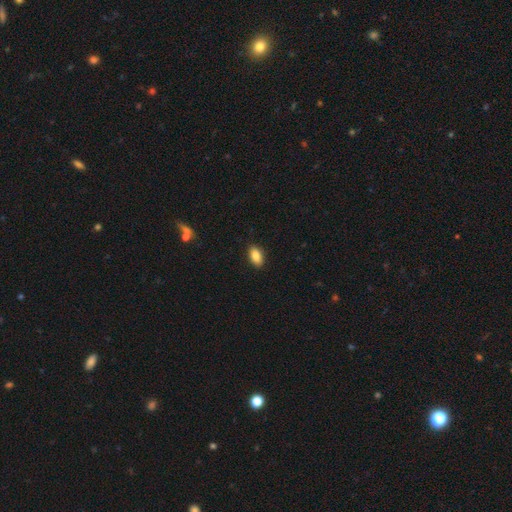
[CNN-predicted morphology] This appears to be a smooth galaxy with no disk features (86%) that is in between round and cigar-shaped (91%). Merging: none (88%).